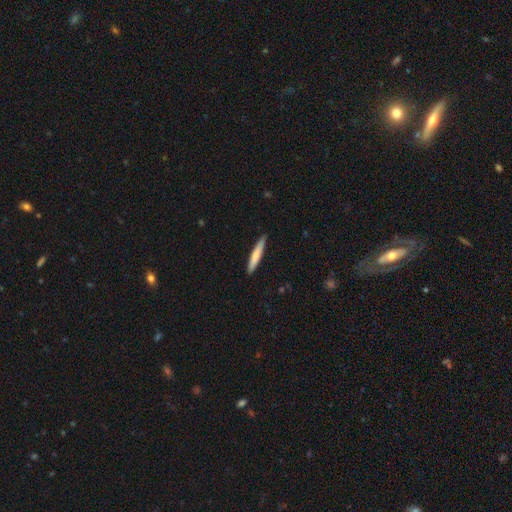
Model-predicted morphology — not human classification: The model was most divided on "smooth or featured": smooth: 69%, featured or disk: 26%, star or artifact: 5%. More confident: how rounded — cigar-shaped (93%); merging — none (89%).